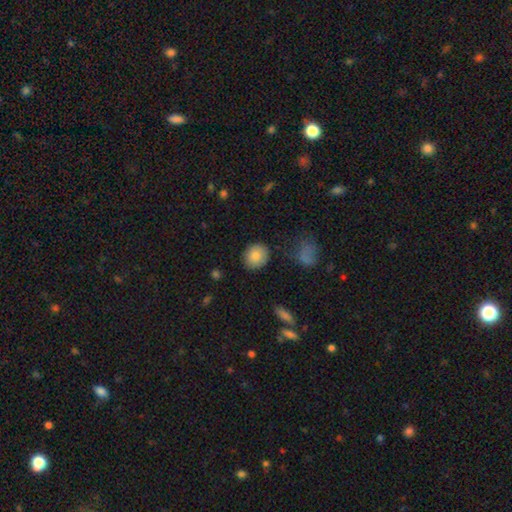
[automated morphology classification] smooth_or_featured: smooth (p=0.82) [alt: featured or disk p=0.10]
how_rounded: round (p=0.82) [alt: in between p=0.17]
merging: none (p=0.85) [alt: minor disturbance p=0.10]